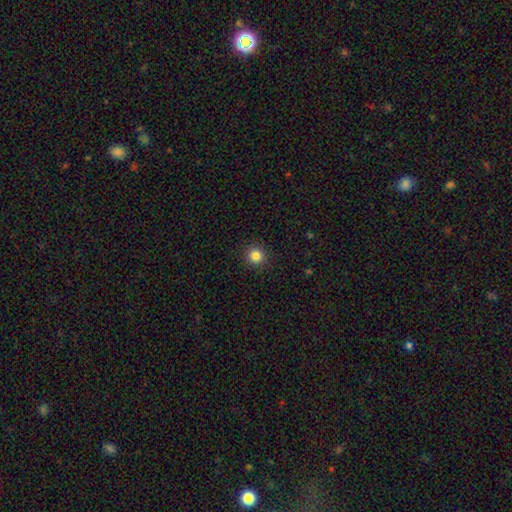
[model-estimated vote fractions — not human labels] Smooth or featured: smooth — 84% (star or artifact — 12%)
How rounded: round — 95% (in between — 4%)
Merging: none — 92% (minor disturbance — 5%)